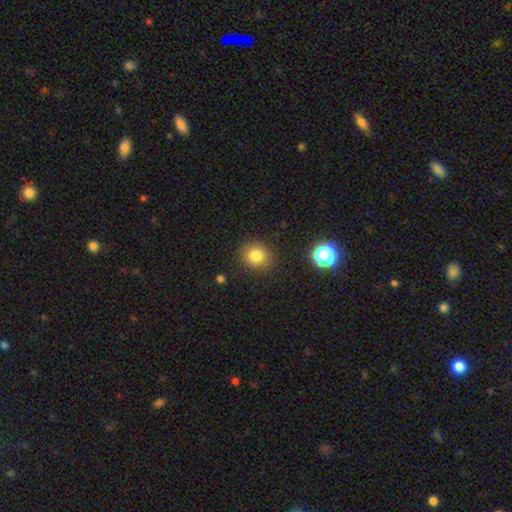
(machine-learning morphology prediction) Smooth or featured? Predicted: smooth (p=0.80). How rounded? Predicted: round (p=0.80). Merging? Predicted: none (p=0.88).